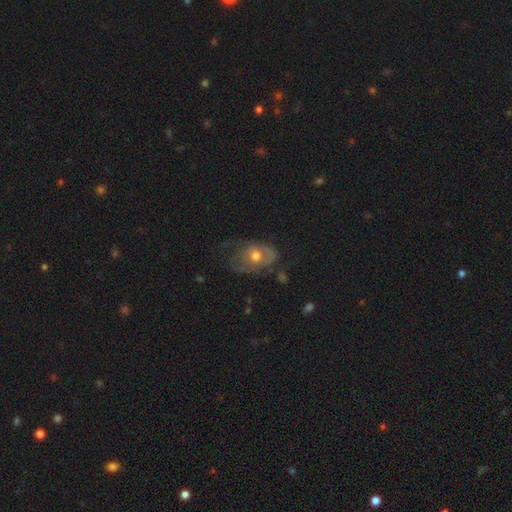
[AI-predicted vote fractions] A featured or disk galaxy (58%) with no bar (83%), spiral arms (52%) and a moderate central bulge (73%).

Vote fractions:
- Smooth or featured? featured or disk: 58% / smooth: 32% / star or artifact: 10%
- Edge-on disk? no: 94% / yes: 6%
- Bar? no: 83% / weak: 14% / strong: 3%
- Spiral arms? yes: 52% / no: 48%
- Bulge size? moderate: 73% / small: 18% / large: 7% / none: 1% / dominant: 1%
- Merging? none: 43% / minor disturbance: 27% / major disturbance: 27% / merger: 2%